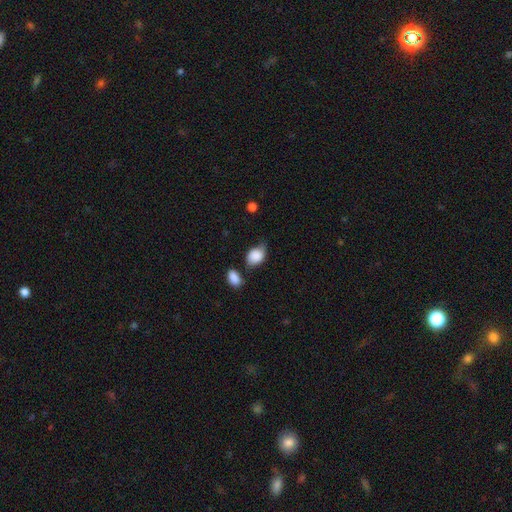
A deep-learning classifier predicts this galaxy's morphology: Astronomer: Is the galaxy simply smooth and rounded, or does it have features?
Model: smooth — 84%.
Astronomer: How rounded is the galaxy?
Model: in between — 69%.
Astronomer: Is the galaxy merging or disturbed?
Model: none — 42% (runner-up: minor disturbance, 36%).